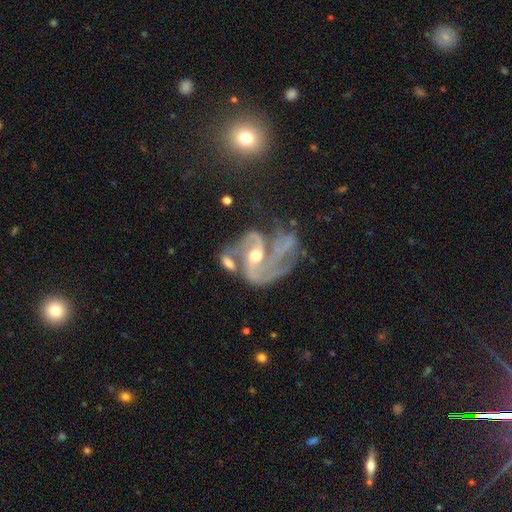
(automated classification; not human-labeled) featured or disk 87%, smooth 7%, star or artifact 6%. Down the decision tree: edge-on disk — no (98%); bar — no (53%); spiral arms — yes (93%); spiral arm count — 2 (55%); spiral winding — medium (46%); bulge size — moderate (66%); merging — major disturbance (33%).